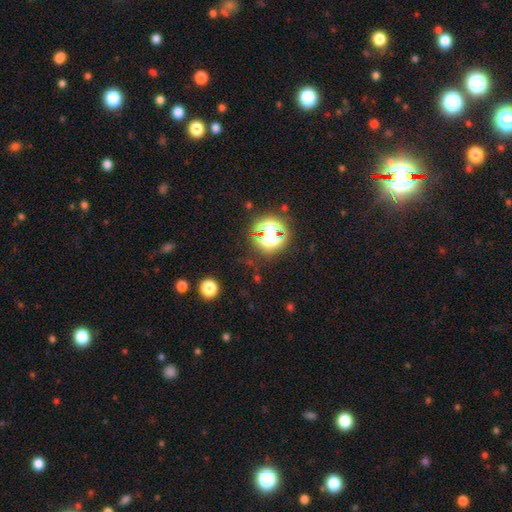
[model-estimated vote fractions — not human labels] This appears to be a star or artifact, not a galaxy (78%).